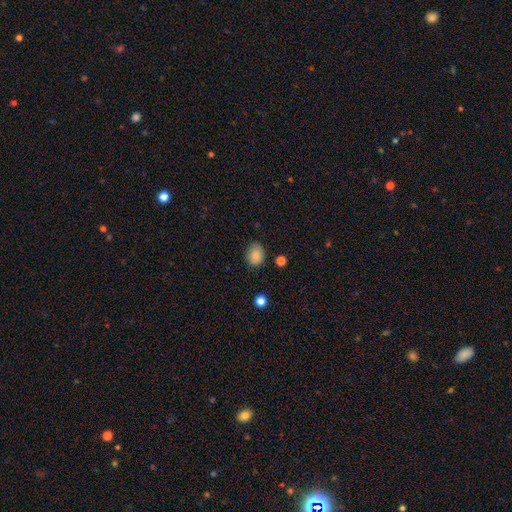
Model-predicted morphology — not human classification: Smooth or featured?
  - smooth: 85% *
  - star or artifact: 9%
  - featured or disk: 6%
How rounded?
  - in between: 56% *
  - round: 43%
  - cigar-shaped: 1%
Merging?
  - none: 74% *
  - minor disturbance: 20%
  - major disturbance: 4%
  - merger: 2%